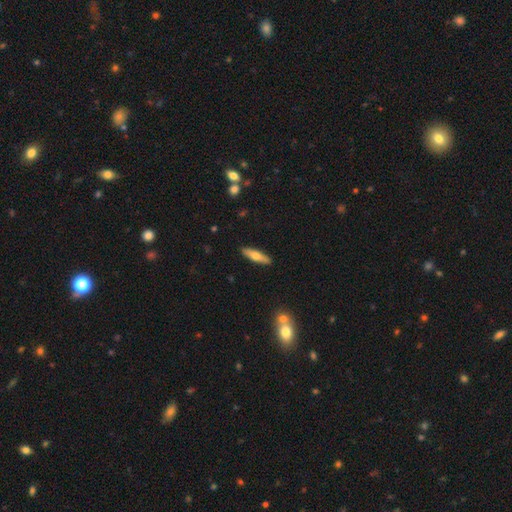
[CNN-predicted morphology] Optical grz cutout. It shows a smooth galaxy with no disk features (64%) that is cigar-shaped (70%). Merging: none (90%).